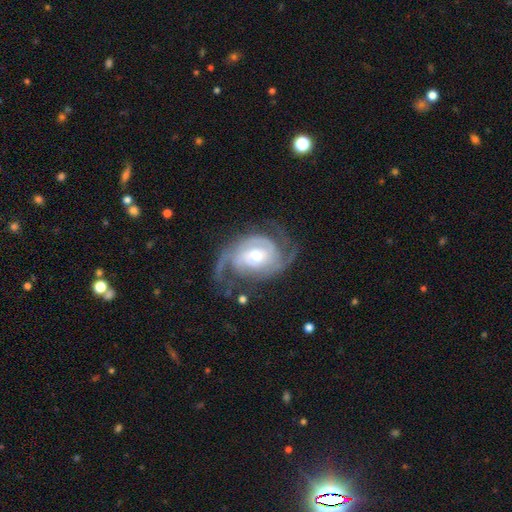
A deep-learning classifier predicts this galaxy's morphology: Smooth or featured? featured or disk (88%)
Edge-on disk? no (97%)
Bar? no (67%)
Spiral arms? yes (96%)
Spiral winding? medium (43%)
Spiral arm count? 2 (57%)
Bulge size? moderate (73%)
Merging? none (61%)